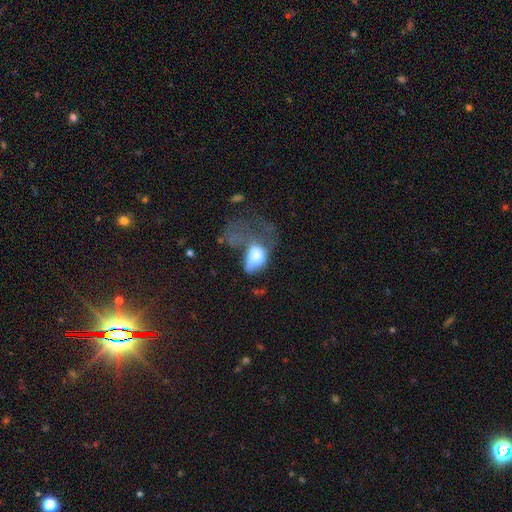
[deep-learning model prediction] Smooth or featured?
  - smooth: 58% *
  - featured or disk: 32%
  - star or artifact: 10%
How rounded?
  - in between: 82% *
  - round: 16%
  - cigar-shaped: 2%
Merging?
  - major disturbance: 65% *
  - merger: 14%
  - minor disturbance: 12%
  - none: 9%